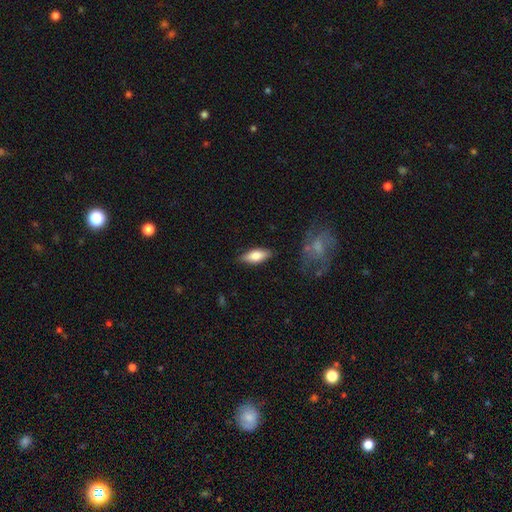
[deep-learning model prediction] This is likely a smooth galaxy (73%). How rounded: likely in between (74%). Merging: clearly none (83%).